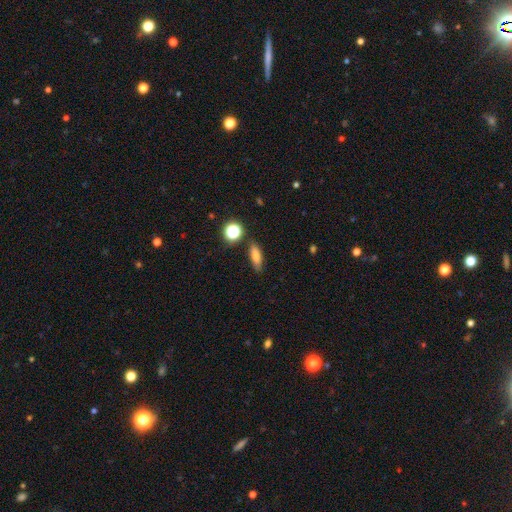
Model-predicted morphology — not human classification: type=smooth (77%); roundness=in between (55%); merging=none (80%).